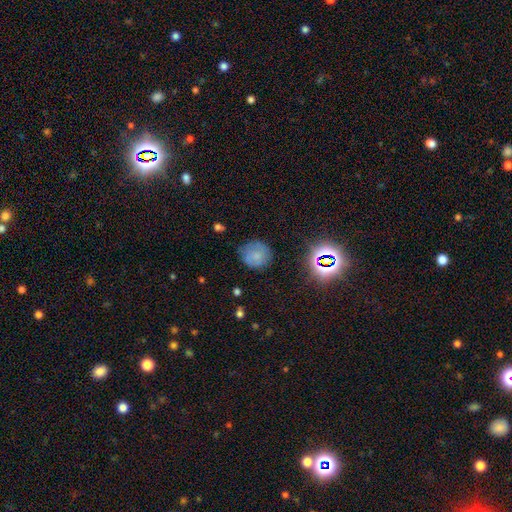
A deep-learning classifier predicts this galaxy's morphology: Q: Smooth or featured?
A: smooth (69%); runner-up: star or artifact (16%)
Q: How rounded?
A: round (87%); runner-up: in between (12%)
Q: Merging?
A: none (72%); runner-up: minor disturbance (20%)